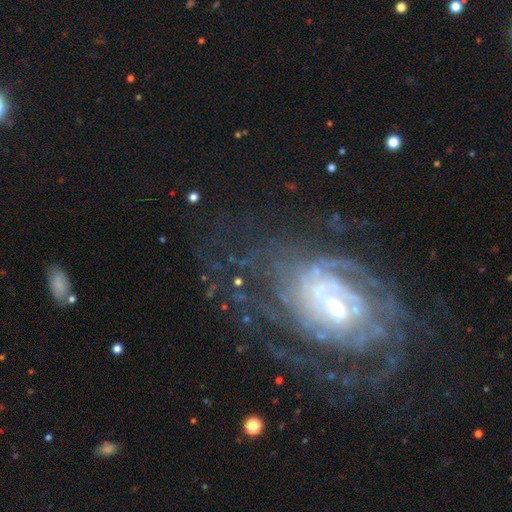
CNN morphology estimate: The model was most divided on "bulge size": moderate: 43%, small: 38%, large: 11%, none: 6%, dominant: 2%. Remaining: edge-on disk — no (96%); spiral arms — yes (93%); smooth or featured — featured or disk (84%); spiral winding — tight (67%); merging — none (60%); spiral arm count — can't tell (44%); bar — weak (44%).